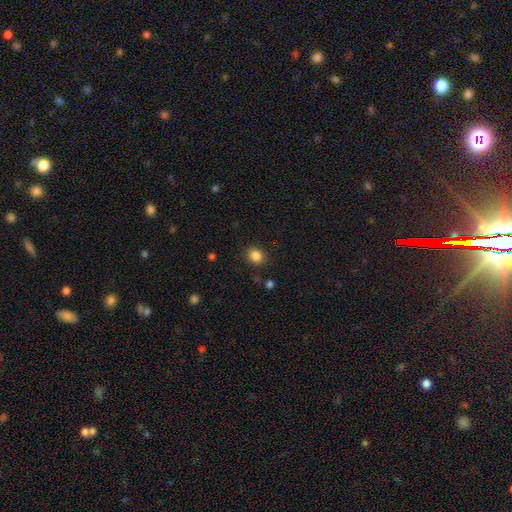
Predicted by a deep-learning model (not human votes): smooth 85%, star or artifact 11%, featured or disk 4%. Down the decision tree: how rounded — round (74%); merging — none (86%).